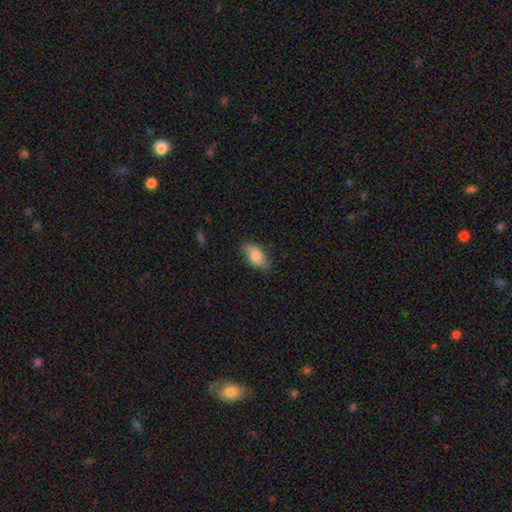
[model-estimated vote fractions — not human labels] A smooth galaxy with no disk features (76%) that is in between round and cigar-shaped (91%). Merging: none (71%).